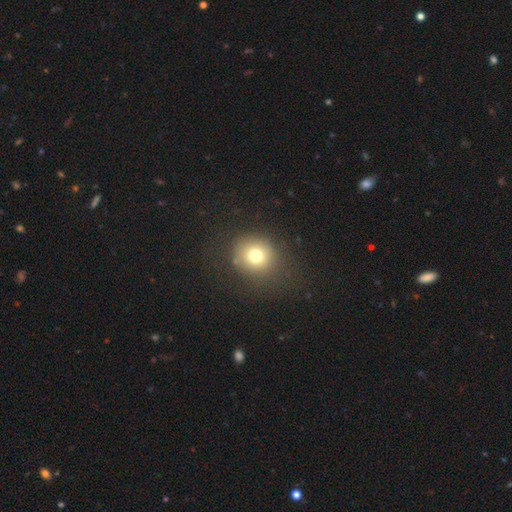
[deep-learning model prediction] The model was most divided on "smooth or featured": smooth: 74%, star or artifact: 15%, featured or disk: 11%. More confident: how rounded — round (86%); merging — none (82%).